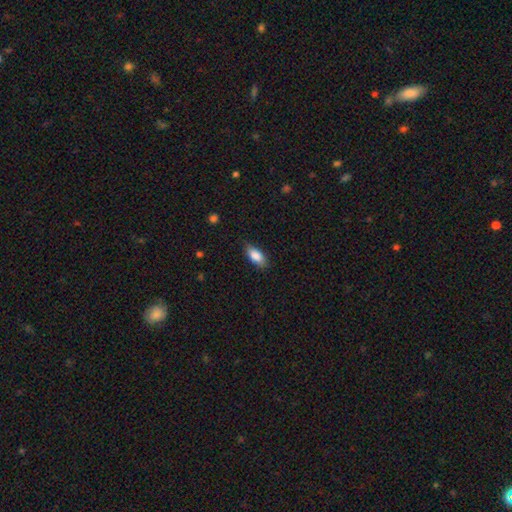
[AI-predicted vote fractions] Smooth or featured? smooth (86%)
How rounded? in between (86%)
Merging? none (78%)